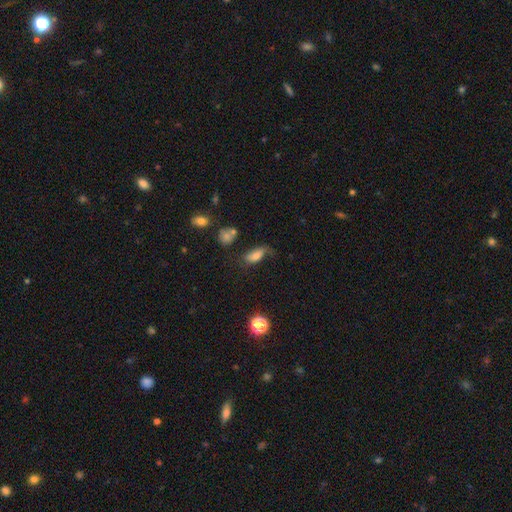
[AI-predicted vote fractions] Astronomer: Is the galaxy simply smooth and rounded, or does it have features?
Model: smooth — 68%.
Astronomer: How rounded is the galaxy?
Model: in between — 84%.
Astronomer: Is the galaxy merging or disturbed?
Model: none — 47% (runner-up: minor disturbance, 29%).